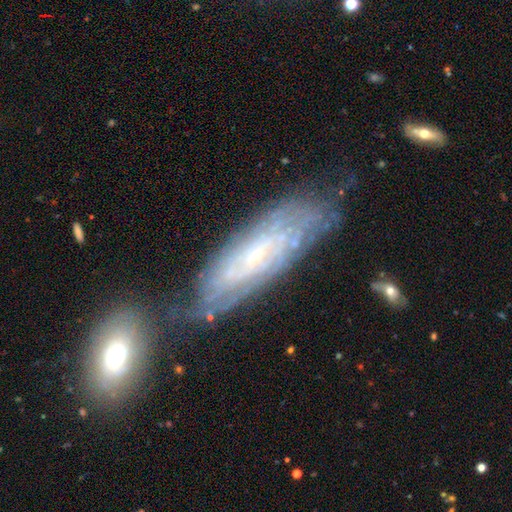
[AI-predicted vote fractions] This is likely a featured or disk galaxy (75%). It is clearly not viewed edge-on (82%). Bar: likely no (63%). Spiral arm pattern: clearly yes (86%). Spiral arm count: likely can't tell (65%). Spiral winding: likely tight (74%). Central bulge: clearly small (81%). Merging: likely none (62%).